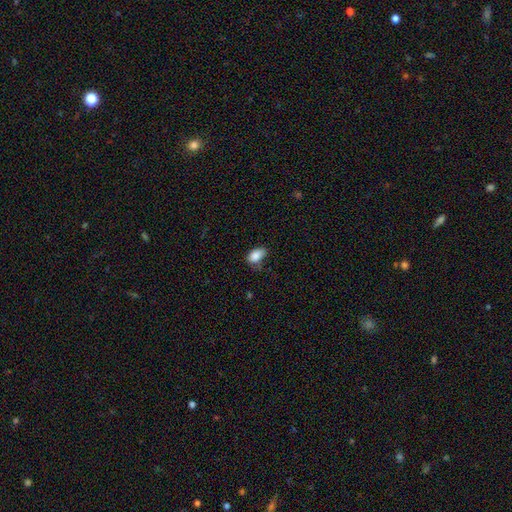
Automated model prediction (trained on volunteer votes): This is clearly a smooth galaxy (86%). How rounded: clearly in between (90%). Merging: possibly none (56%).